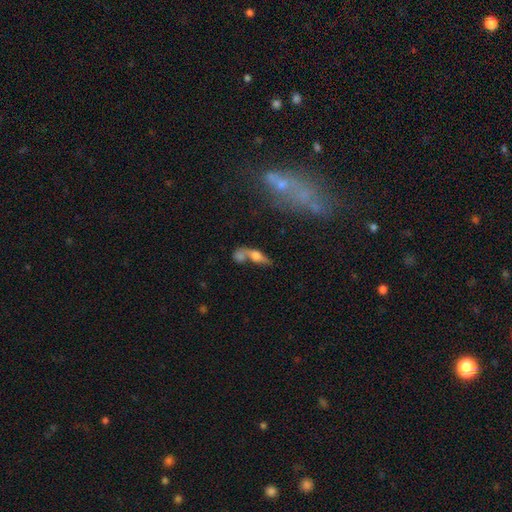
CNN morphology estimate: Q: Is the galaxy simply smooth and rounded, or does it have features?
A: smooth — 51%.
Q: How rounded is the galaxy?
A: in between — 54%.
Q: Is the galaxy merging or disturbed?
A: merger — 51%.